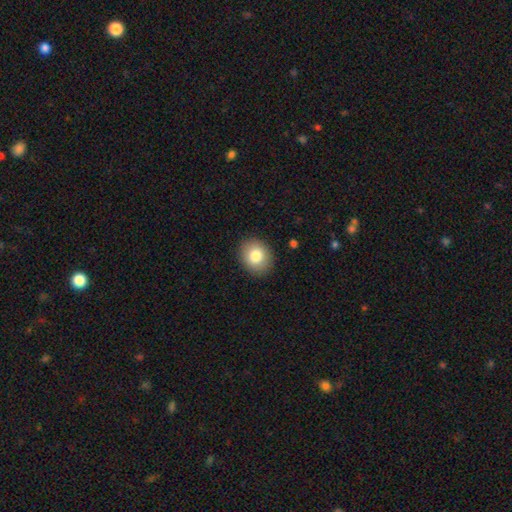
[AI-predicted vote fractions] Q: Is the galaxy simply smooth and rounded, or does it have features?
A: smooth — 81%.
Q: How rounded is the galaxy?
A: round — 61%.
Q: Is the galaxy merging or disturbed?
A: none — 89%.